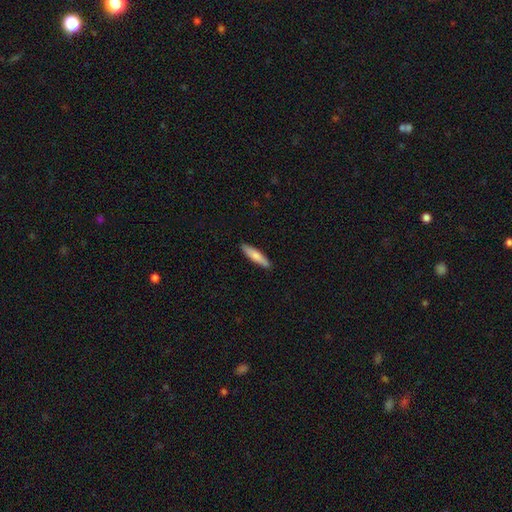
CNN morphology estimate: A smooth galaxy with no disk features (76%) that is cigar-shaped (81%). Merging: none (90%).